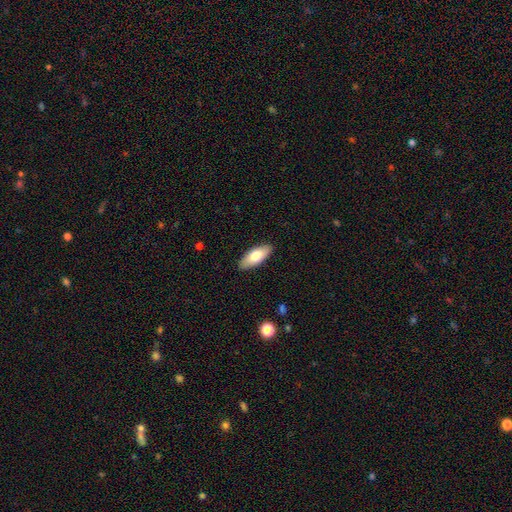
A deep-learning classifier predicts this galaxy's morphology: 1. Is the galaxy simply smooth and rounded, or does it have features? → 72% smooth, 22% featured or disk, 6% star or artifact.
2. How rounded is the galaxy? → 82% in between, 16% cigar-shaped, 2% round.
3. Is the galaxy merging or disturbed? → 89% none, 8% minor disturbance, 2% major disturbance, 1% merger.